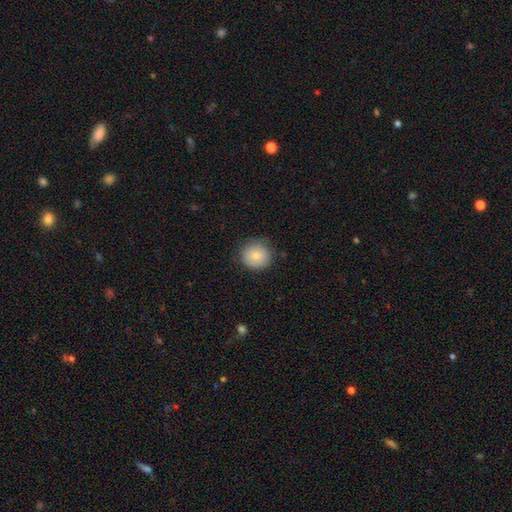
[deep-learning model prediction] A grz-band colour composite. It shows a smooth galaxy with no disk features (81%) that is round (91%). Merging: none (81%).